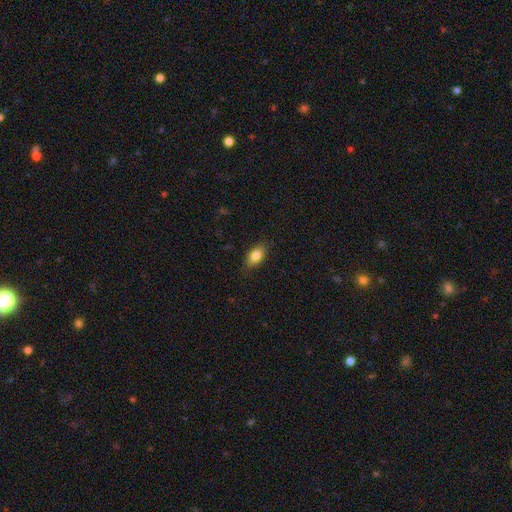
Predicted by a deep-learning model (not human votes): Smooth or featured? Predicted: smooth (p=0.83). How rounded? Predicted: in between (p=0.89). Merging? Predicted: none (p=0.84).